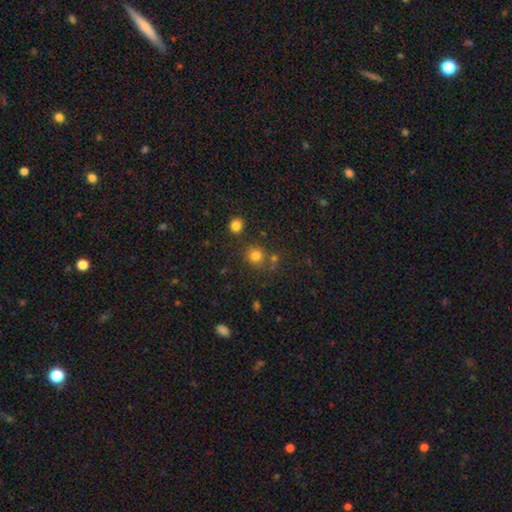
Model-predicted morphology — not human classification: The model was most divided on "merging": none: 69%, merger: 15%, minor disturbance: 11%, major disturbance: 5%. More confident: how rounded — round (86%); smooth or featured — smooth (78%).